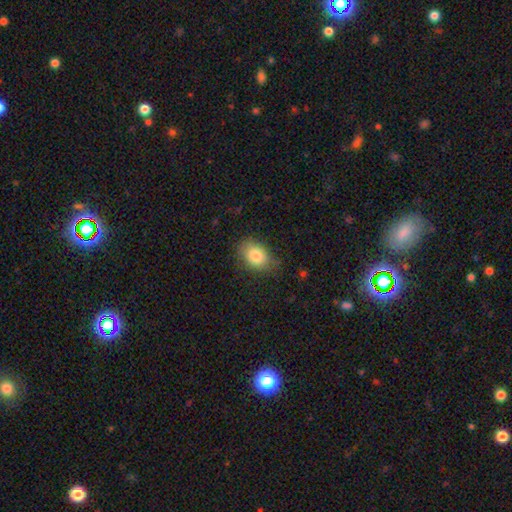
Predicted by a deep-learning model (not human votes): Overall: smooth (82%). How rounded: in between (72%). Merging: none (71%).